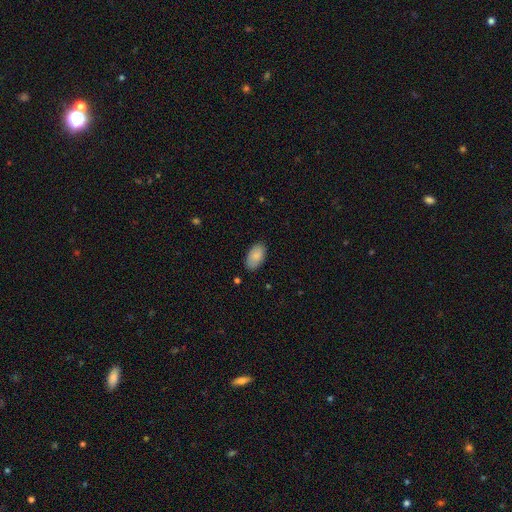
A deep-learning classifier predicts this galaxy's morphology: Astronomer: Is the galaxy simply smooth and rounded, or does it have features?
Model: smooth — 86%.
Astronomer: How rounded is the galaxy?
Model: in between — 95%.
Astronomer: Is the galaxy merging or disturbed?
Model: none — 84%.